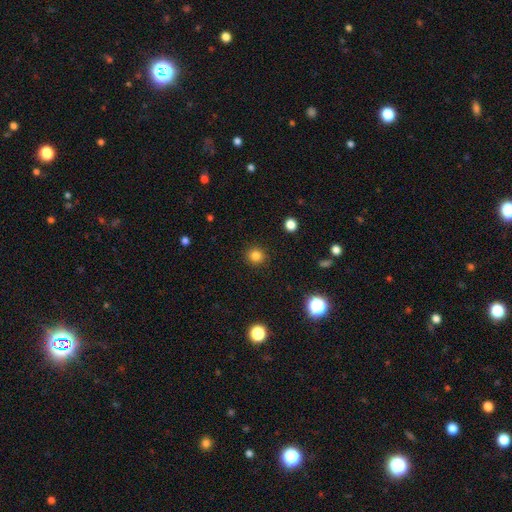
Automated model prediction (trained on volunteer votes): smooth_or_featured: smooth (p=0.83) [alt: star or artifact p=0.13]
how_rounded: round (p=0.90) [alt: in between p=0.09]
merging: none (p=0.91) [alt: minor disturbance p=0.06]